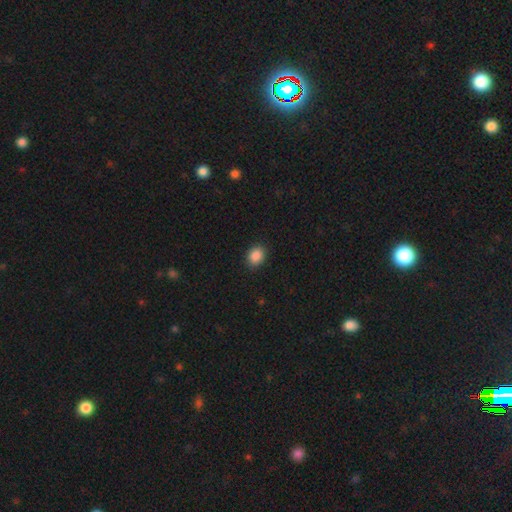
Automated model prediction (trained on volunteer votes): This appears to be a smooth galaxy with no disk features (88%) that is round (50%). Merging: none (90%).